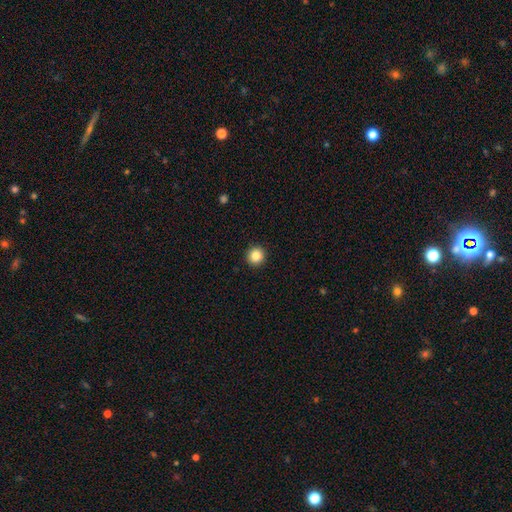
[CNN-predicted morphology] A smooth galaxy with no disk features (85%) that is round (95%). Merging: none (93%).